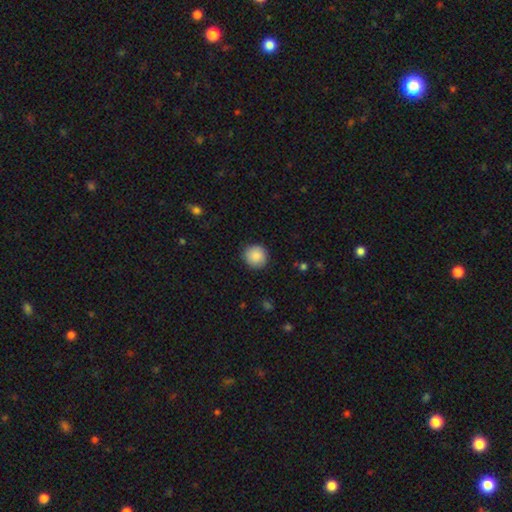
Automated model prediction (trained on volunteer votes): Q: Smooth or featured?
A: smooth (88%); runner-up: star or artifact (8%)
Q: How rounded?
A: round (94%); runner-up: in between (5%)
Q: Merging?
A: none (90%); runner-up: minor disturbance (7%)